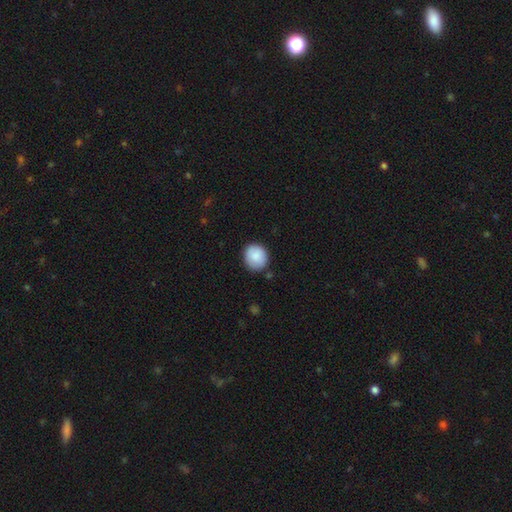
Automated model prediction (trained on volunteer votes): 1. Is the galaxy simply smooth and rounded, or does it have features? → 88% smooth, 7% star or artifact, 5% featured or disk.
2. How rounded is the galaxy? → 81% round, 18% in between, 1% cigar-shaped.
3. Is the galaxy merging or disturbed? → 83% none, 12% minor disturbance, 2% major disturbance, 2% merger.